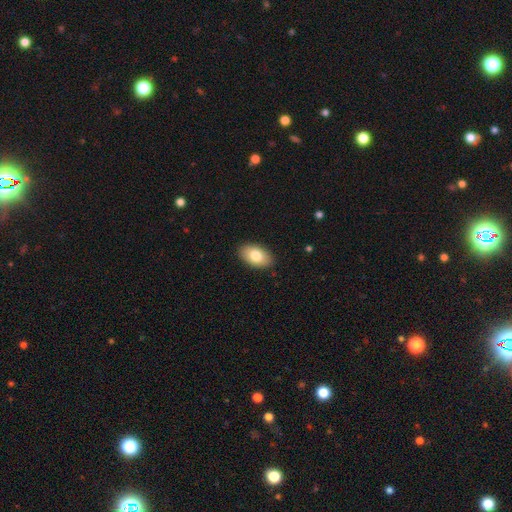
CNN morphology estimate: Smooth or featured? Predicted: smooth (p=0.81). How rounded? Predicted: in between (p=0.93). Merging? Predicted: none (p=0.88).